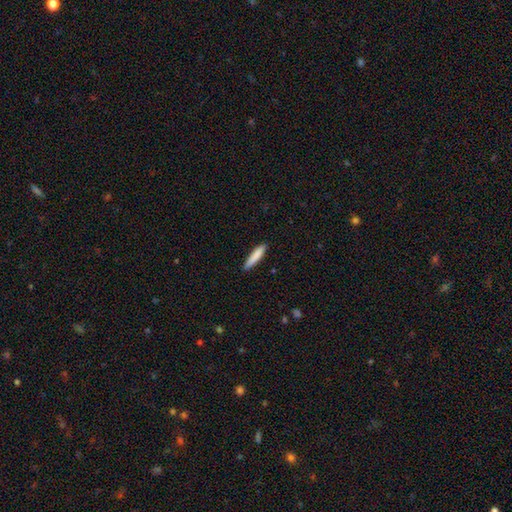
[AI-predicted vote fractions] The model was most divided on "smooth or featured": smooth: 83%, featured or disk: 11%, star or artifact: 6%. More confident: how rounded — cigar-shaped (89%); merging — none (87%).